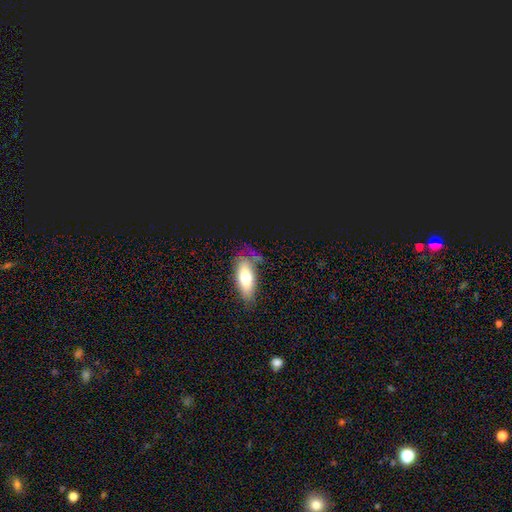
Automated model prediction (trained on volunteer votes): Smooth or featured?
  - smooth: 65% *
  - featured or disk: 22%
  - star or artifact: 14%
How rounded?
  - in between: 73% *
  - cigar-shaped: 19%
  - round: 9%
Merging?
  - none: 67% *
  - minor disturbance: 20%
  - major disturbance: 9%
  - merger: 4%